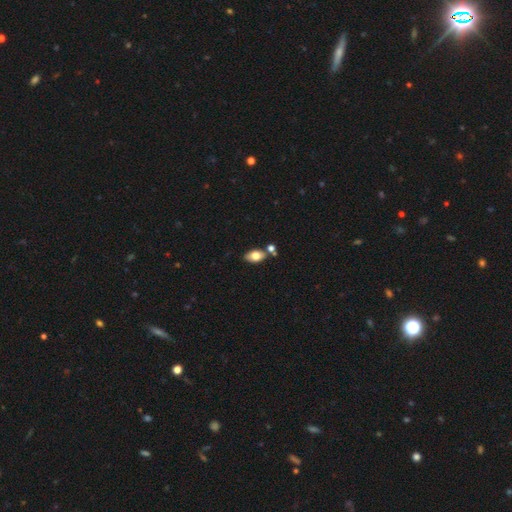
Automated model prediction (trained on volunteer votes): smooth-or-featured: smooth: 74% | featured or disk: 18% | star or artifact: 8%
  how-rounded: in between: 89% | round: 8% | cigar-shaped: 3%
  merging: none: 67% | merger: 16% | minor disturbance: 14% | major disturbance: 3%